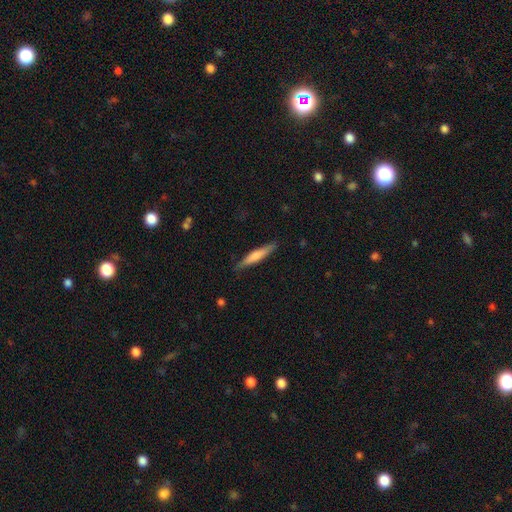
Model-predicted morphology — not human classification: This is likely a smooth galaxy (62%). How rounded: clearly cigar-shaped (91%). Merging: clearly none (86%).